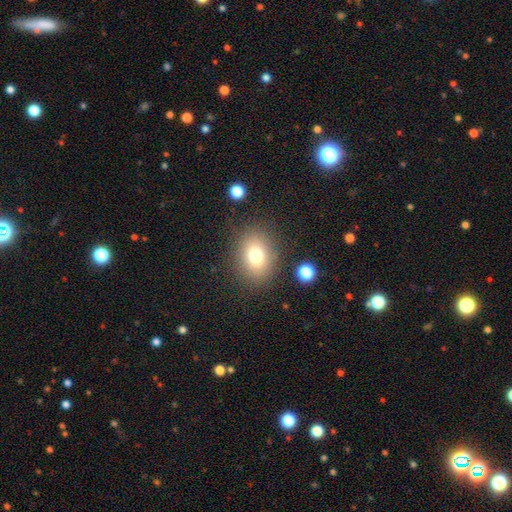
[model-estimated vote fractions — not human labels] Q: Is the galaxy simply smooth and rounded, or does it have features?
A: smooth — 75%.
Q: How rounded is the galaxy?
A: in between — 54%.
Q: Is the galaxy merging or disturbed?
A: none — 83%.